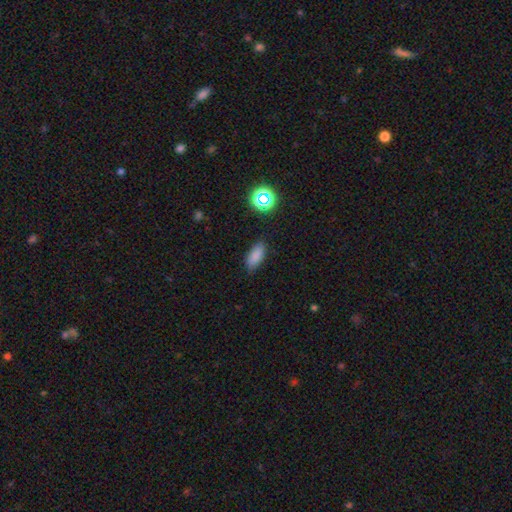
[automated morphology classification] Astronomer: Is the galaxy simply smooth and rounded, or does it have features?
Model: smooth — 82%.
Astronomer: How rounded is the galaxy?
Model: in between — 83%.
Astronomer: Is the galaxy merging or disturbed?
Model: none — 83%.